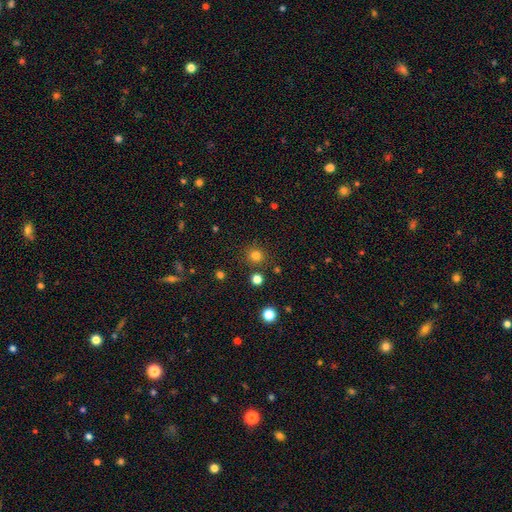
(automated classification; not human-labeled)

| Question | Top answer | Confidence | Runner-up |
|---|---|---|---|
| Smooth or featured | smooth | 79% | star or artifact (16%) |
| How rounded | round | 93% | in between (6%) |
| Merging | none | 87% | minor disturbance (7%) |